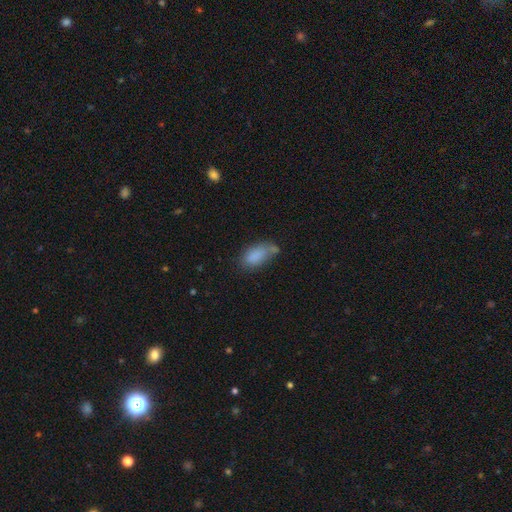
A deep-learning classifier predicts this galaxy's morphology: Smooth or featured: smooth — 82% (featured or disk — 9%)
How rounded: in between — 91% (round — 5%)
Merging: none — 45% (minor disturbance — 29%)